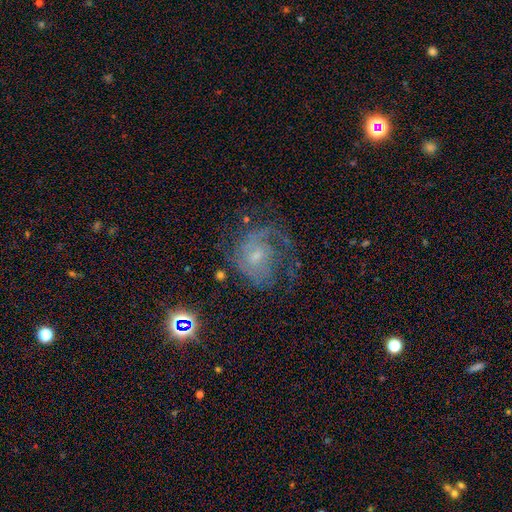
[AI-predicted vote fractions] smooth-or-featured: featured or disk: 73% | star or artifact: 14% | smooth: 12%
  disk-edge-on: no: 98% | yes: 2%
    bar: no: 62% | weak: 33% | strong: 5%
    has-spiral-arms: yes: 90% | no: 10%
      spiral-winding: medium: 42% | tight: 41% | loose: 16%
      spiral-arm-count: 2: 31% (tied) | can't tell: 31% (tied) | 1: 15% | 3: 13% | 4: 5% | more than 4: 4%
    bulge-size: small: 60% | moderate: 30% | none: 6% | large: 2% | dominant: 1%
  merging: none: 57% | major disturbance: 21% | minor disturbance: 20% | merger: 2%